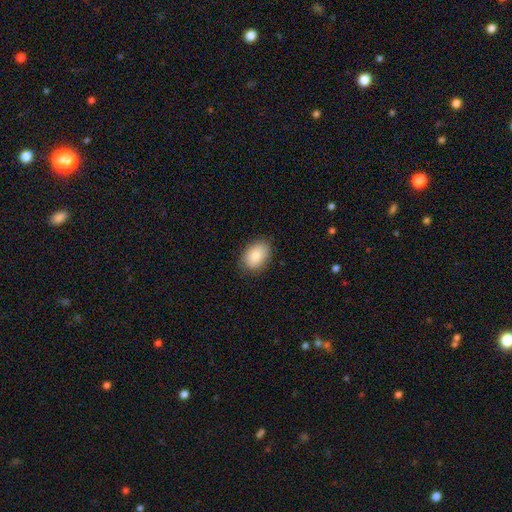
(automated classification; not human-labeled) Smooth or featured? Predicted: smooth (p=0.85). How rounded? Predicted: in between (p=0.85). Merging? Predicted: none (p=0.86).